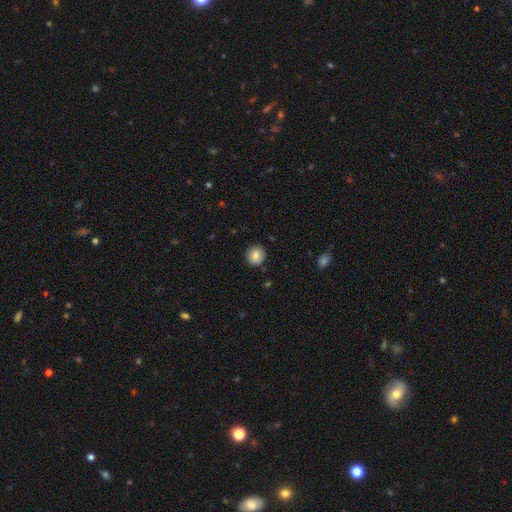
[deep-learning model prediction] Q: Smooth or featured?
A: smooth (84%); runner-up: star or artifact (8%)
Q: How rounded?
A: round (90%); runner-up: in between (9%)
Q: Merging?
A: none (88%); runner-up: minor disturbance (9%)